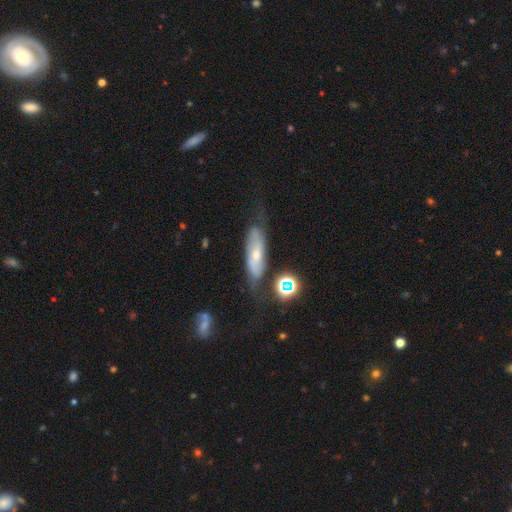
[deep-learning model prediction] Smooth or featured: featured or disk — 55% (smooth — 35%)
Edge-on disk: no — 71% (yes — 29%)
Merging: none — 55% (minor disturbance — 27%)